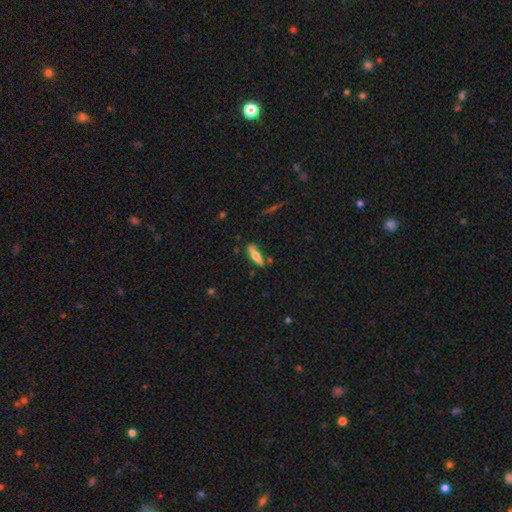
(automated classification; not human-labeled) Smooth or featured: smooth — 54% (featured or disk — 40%)
How rounded: cigar-shaped — 59% (in between — 38%)
Merging: none — 74% (minor disturbance — 17%)